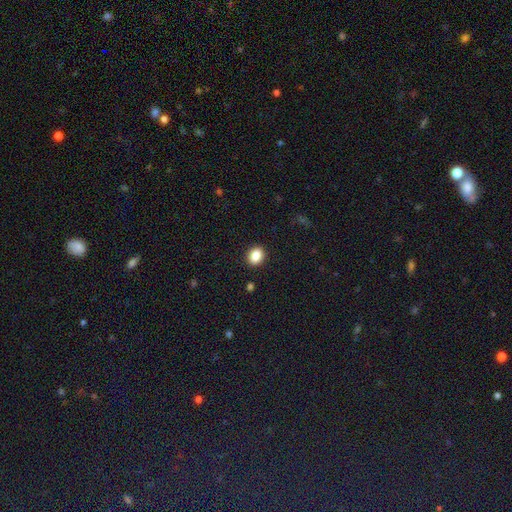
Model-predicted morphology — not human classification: type=smooth (87%); roundness=in between (52%); merging=none (91%).